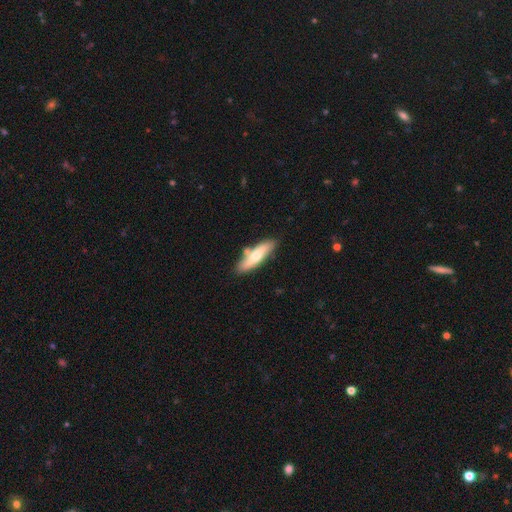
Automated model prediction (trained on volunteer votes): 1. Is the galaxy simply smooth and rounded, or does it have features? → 55% smooth, 39% featured or disk, 5% star or artifact.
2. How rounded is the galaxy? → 60% cigar-shaped, 38% in between, 2% round.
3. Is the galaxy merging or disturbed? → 71% none, 16% minor disturbance, 10% merger, 3% major disturbance.